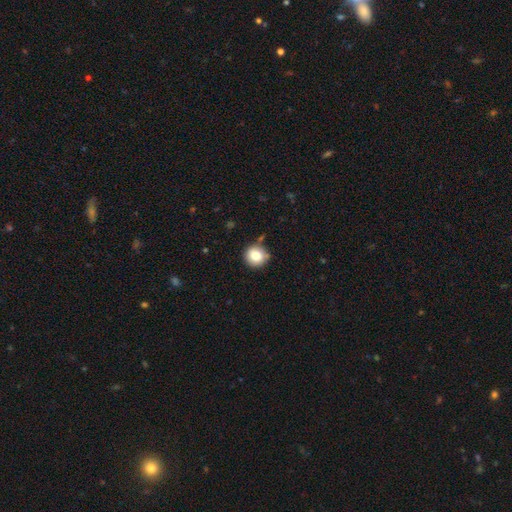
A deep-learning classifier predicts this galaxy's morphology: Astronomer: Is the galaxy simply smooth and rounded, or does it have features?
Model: smooth — 82%.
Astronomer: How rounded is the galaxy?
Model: round — 93%.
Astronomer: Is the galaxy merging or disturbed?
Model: none — 83%.